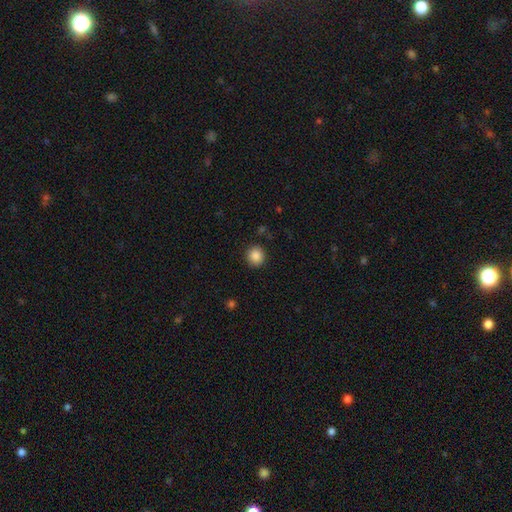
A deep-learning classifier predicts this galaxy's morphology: This is clearly a smooth galaxy (87%). How rounded: clearly round (91%). Merging: clearly none (90%).